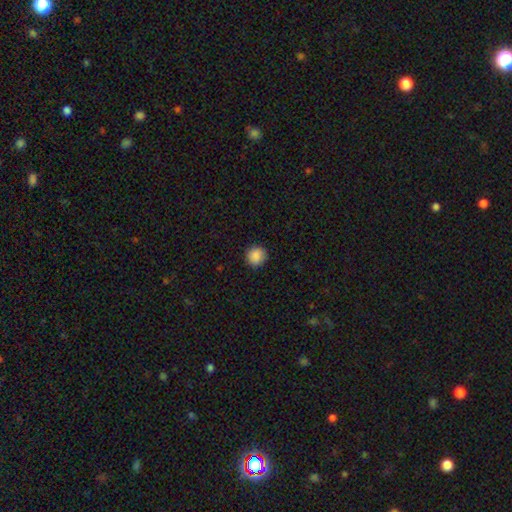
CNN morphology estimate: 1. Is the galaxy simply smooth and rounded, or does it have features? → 88% smooth, 9% star or artifact, 3% featured or disk.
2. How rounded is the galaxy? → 92% round, 7% in between, 1% cigar-shaped.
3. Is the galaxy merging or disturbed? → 89% none, 8% minor disturbance, 2% major disturbance, 1% merger.